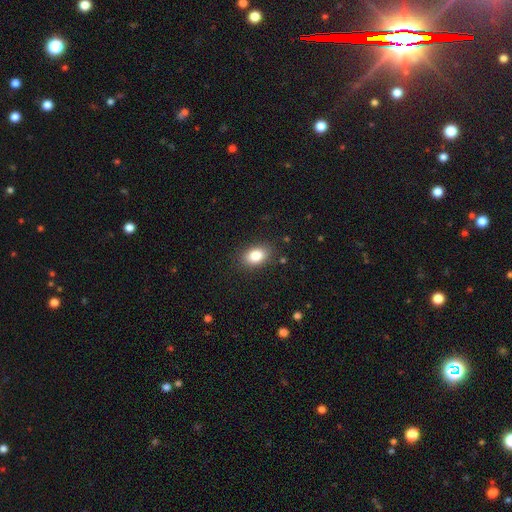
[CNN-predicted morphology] This appears to be a smooth galaxy with no disk features (84%) that is in between round and cigar-shaped (85%). Merging: none (86%).